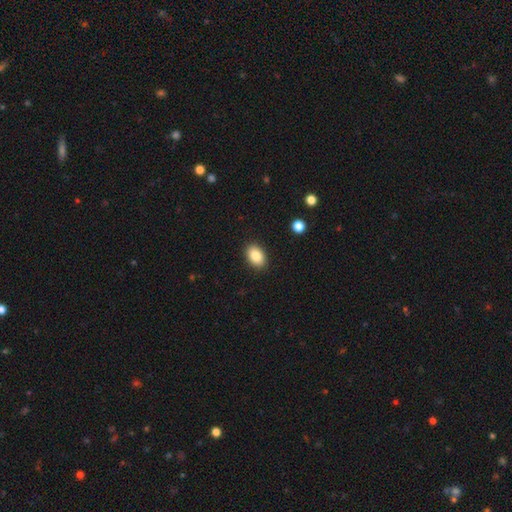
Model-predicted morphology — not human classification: smooth_or_featured: smooth (p=0.86) [alt: star or artifact p=0.08]
how_rounded: in between (p=0.87) [alt: round p=0.12]
merging: none (p=0.90) [alt: minor disturbance p=0.07]